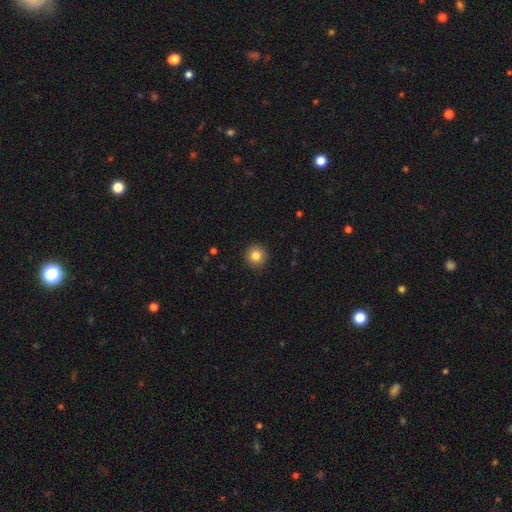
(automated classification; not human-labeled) The model was most divided on "smooth or featured": smooth: 83%, star or artifact: 10%, featured or disk: 7%. More confident: how rounded — round (95%); merging — none (92%).